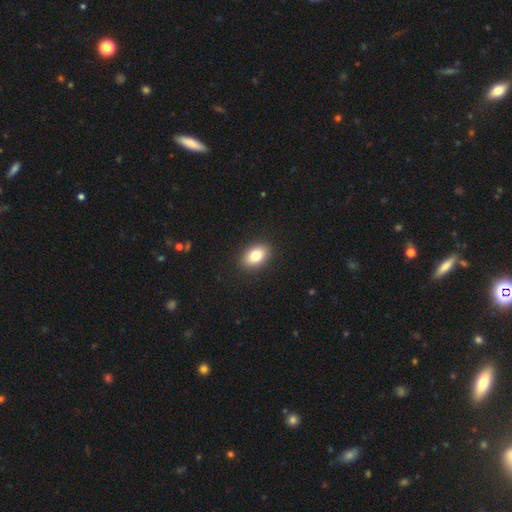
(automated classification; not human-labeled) Morphology: type=smooth (82%); roundness=in between (84%); merging=none (90%).